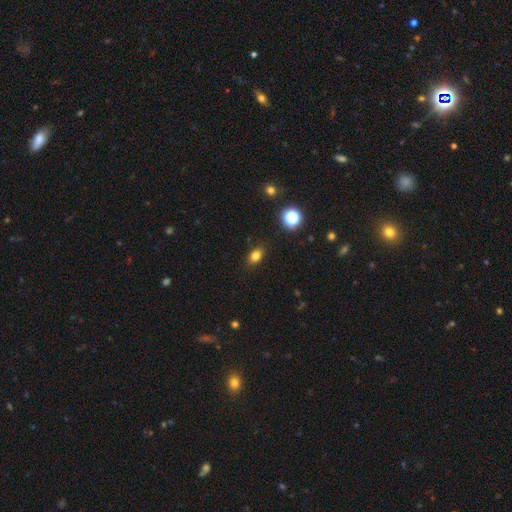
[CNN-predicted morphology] The model was most divided on "how rounded": in between: 72%, round: 26%, cigar-shaped: 2%. More confident: merging — none (87%); smooth or featured — smooth (79%).